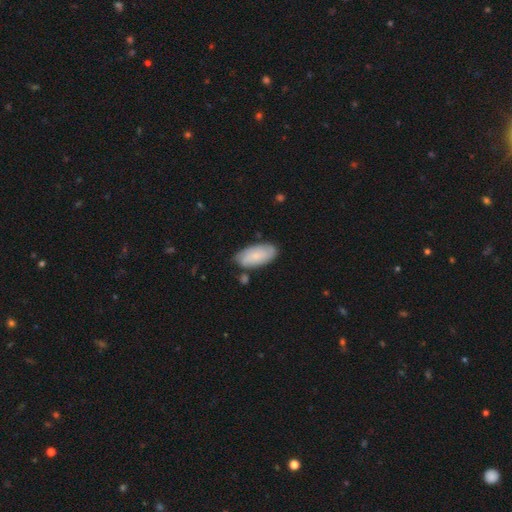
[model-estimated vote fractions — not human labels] Morphology: type=smooth (73%); roundness=in between (91%); merging=none (72%).